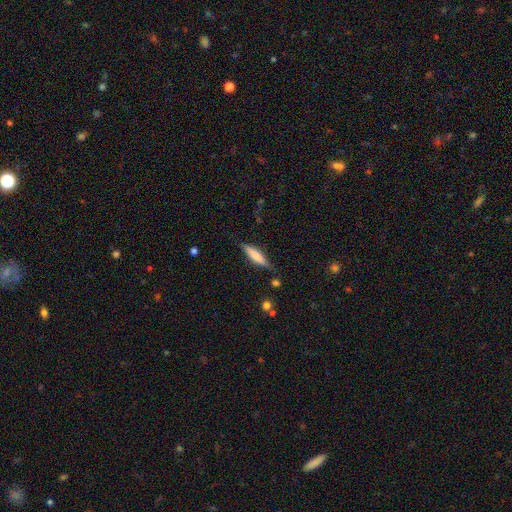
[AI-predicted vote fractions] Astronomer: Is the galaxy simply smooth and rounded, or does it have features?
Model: smooth — 58% (runner-up: featured or disk, 36%).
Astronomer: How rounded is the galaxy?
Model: cigar-shaped — 77%.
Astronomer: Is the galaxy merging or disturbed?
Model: none — 78%.